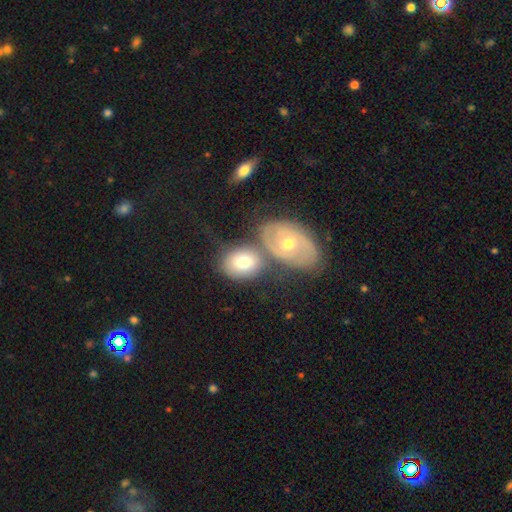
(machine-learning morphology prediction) smooth-or-featured: featured or disk: 60% | smooth: 27% | star or artifact: 13%
  disk-edge-on: no: 90% | yes: 10%
    bar: no: 72% | weak: 20% | strong: 7%
    has-spiral-arms: yes: 70% | no: 30%
    bulge-size: moderate: 50% | small: 45% | large: 2% | none: 1% | dominant: 1%
  merging: none: 54% | merger: 29% | minor disturbance: 12% | major disturbance: 5%